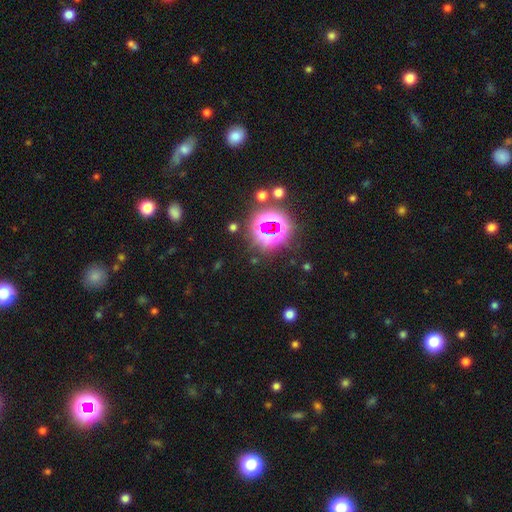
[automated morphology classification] smooth_or_featured: star or artifact (p=0.74) [alt: smooth p=0.17]